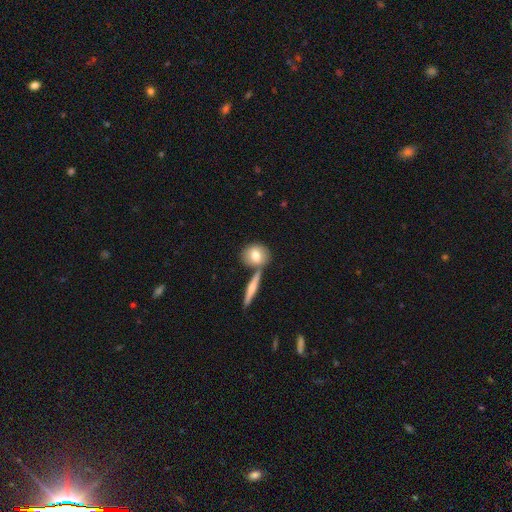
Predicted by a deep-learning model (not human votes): A smooth galaxy with no disk features (71%) that is round (70%).

Vote fractions:
- Smooth or featured? smooth: 71% / featured or disk: 22% / star or artifact: 7%
- How rounded? round: 70% / in between: 26% / cigar-shaped: 5%
- Merging? none: 66% / merger: 20% / minor disturbance: 10% / major disturbance: 3%